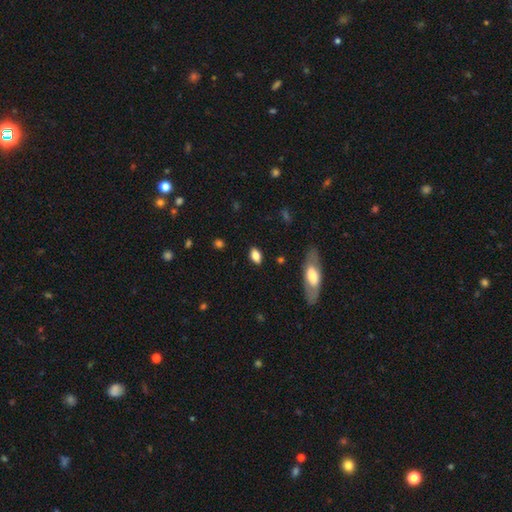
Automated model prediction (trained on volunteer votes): Smooth or featured: smooth — 82% (featured or disk — 10%)
How rounded: in between — 85% (round — 10%)
Merging: none — 84% (minor disturbance — 11%)